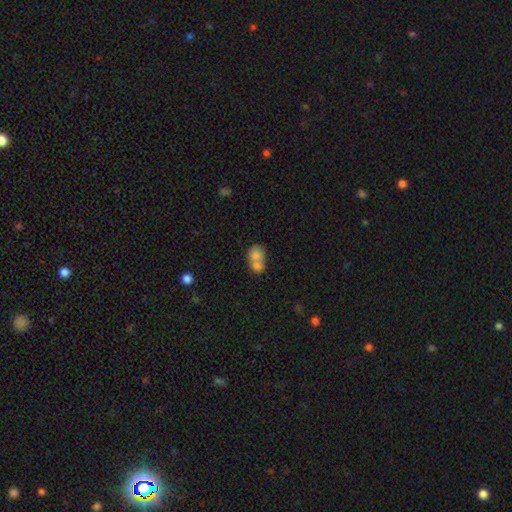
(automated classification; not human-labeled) Overall: smooth (76%). How rounded: round (57%; in between 42%). Merging: merger (70%).